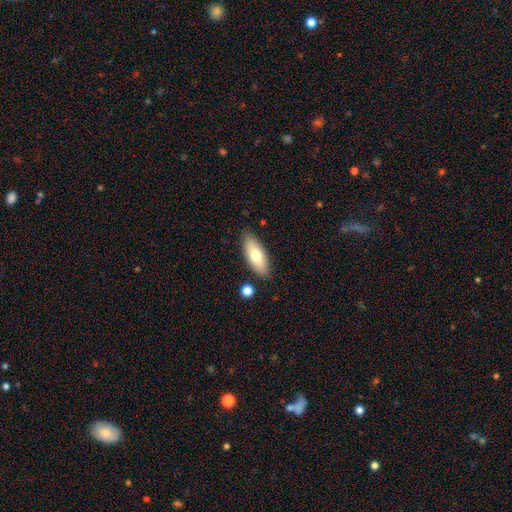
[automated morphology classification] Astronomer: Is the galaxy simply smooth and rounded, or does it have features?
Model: smooth — 72%.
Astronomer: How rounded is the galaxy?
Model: in between — 78%.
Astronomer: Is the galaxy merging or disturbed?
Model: none — 85%.